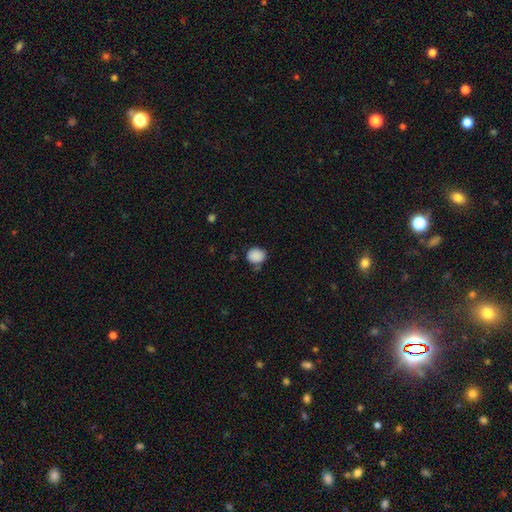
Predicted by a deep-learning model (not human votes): A smooth galaxy with no disk features (88%) that is round (72%). Merging: none (73%).